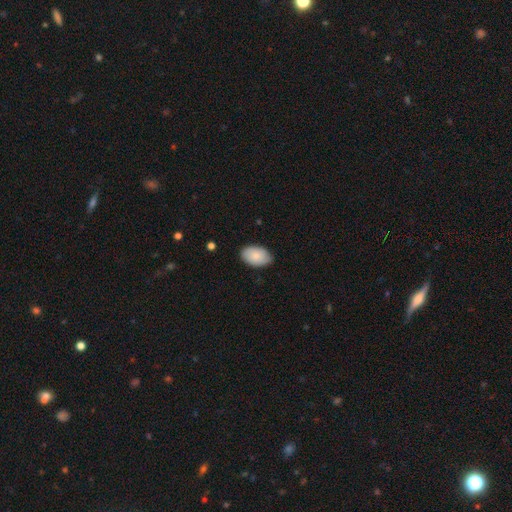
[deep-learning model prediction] smooth-or-featured: smooth: 84% | featured or disk: 10% | star or artifact: 6%
  how-rounded: in between: 93% | round: 6% | cigar-shaped: 1%
  merging: none: 80% | minor disturbance: 16% | major disturbance: 2% | merger: 1%